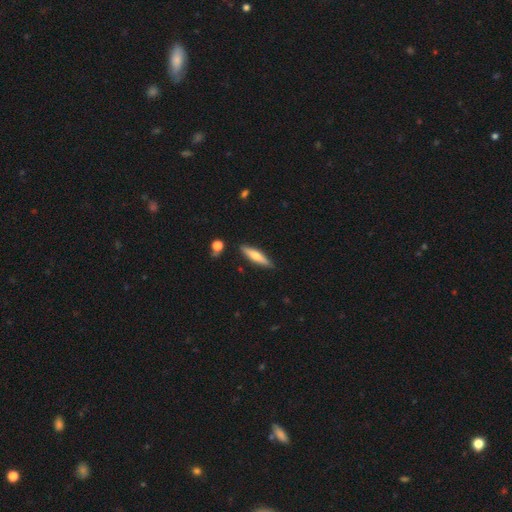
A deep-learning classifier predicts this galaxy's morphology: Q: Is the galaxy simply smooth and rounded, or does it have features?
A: smooth — 61%.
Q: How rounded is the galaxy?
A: cigar-shaped — 79%.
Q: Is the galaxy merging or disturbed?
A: none — 86%.